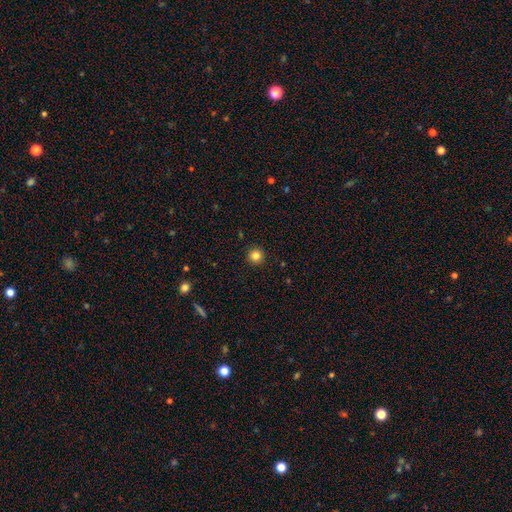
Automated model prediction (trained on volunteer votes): Smooth or featured? smooth (83%)
How rounded? round (96%)
Merging? none (93%)